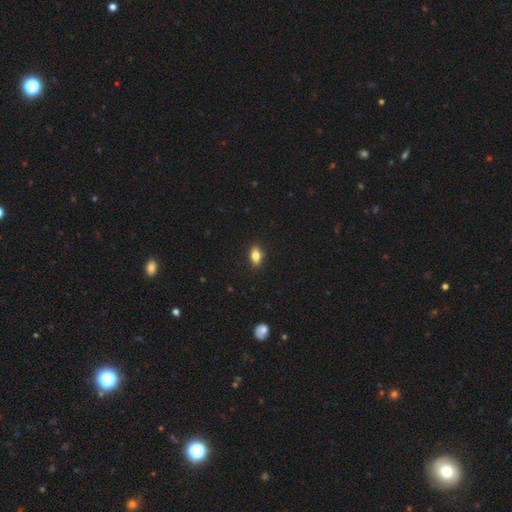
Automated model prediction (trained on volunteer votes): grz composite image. It shows a smooth galaxy with no disk features (78%) that is in between round and cigar-shaped (83%). Merging: none (88%).